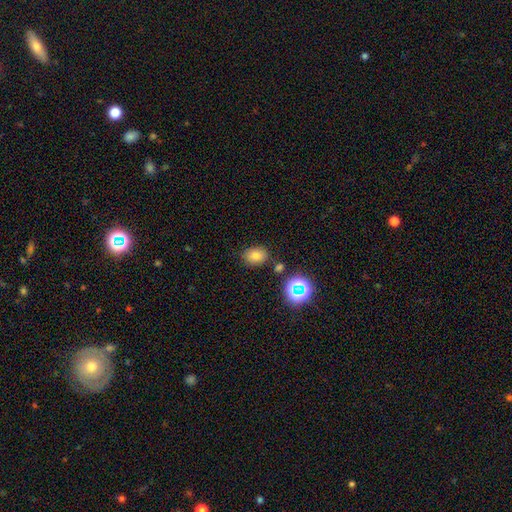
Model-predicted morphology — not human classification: This is likely a smooth galaxy (75%). How rounded: likely in between (62%). Merging: likely none (78%).